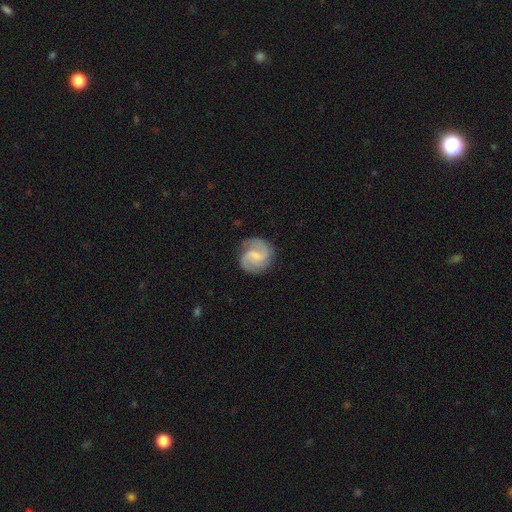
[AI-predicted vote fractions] Smooth or featured?
  - featured or disk: 80% *
  - smooth: 15%
  - star or artifact: 5%
Edge-on disk?
  - no: 98% *
  - yes: 2%
Bar?
  - weak: 59% *
  - no: 25%
  - strong: 16%
Spiral arms?
  - yes: 97% *
  - no: 3%
Spiral winding?
  - medium: 53% *
  - tight: 27%
  - loose: 21%
Spiral arm count?
  - 2: 82% *
  - 3: 6%
  - can't tell: 6%
  - 1: 3%
  - 4: 2%
  - more than 4: 2%
Bulge size?
  - small: 47% *
  - none: 25%
  - moderate: 24%
  - large: 2%
  - dominant: 1%
Merging?
  - none: 79% *
  - minor disturbance: 15%
  - major disturbance: 5%
  - merger: 1%